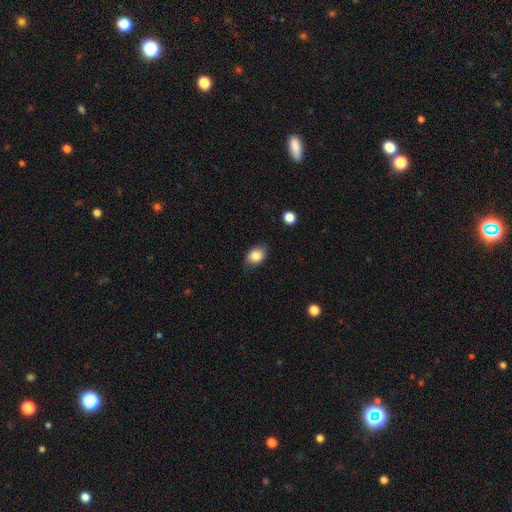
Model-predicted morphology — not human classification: Smooth or featured? Predicted: smooth (p=0.84). How rounded? Predicted: in between (p=0.66). Merging? Predicted: none (p=0.80).